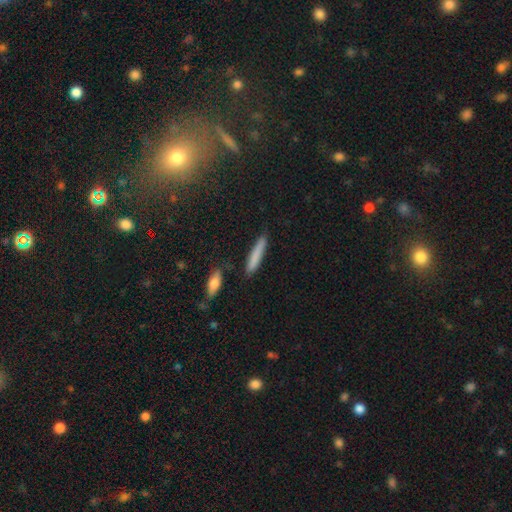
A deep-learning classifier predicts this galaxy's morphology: type=smooth (80%); roundness=cigar-shaped (91%); merging=none (83%).